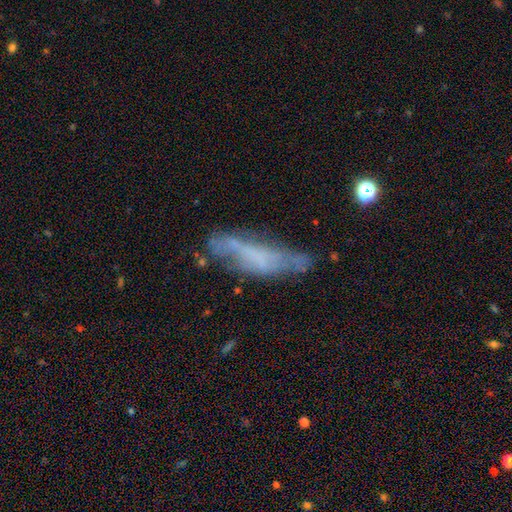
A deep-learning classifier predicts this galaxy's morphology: A featured or disk galaxy (51%).

Vote fractions:
- Smooth or featured? featured or disk: 51% / smooth: 38% / star or artifact: 11%
- Edge-on disk? no: 59% / yes: 41%
- Merging? none: 48% / minor disturbance: 27% / major disturbance: 18% / merger: 7%